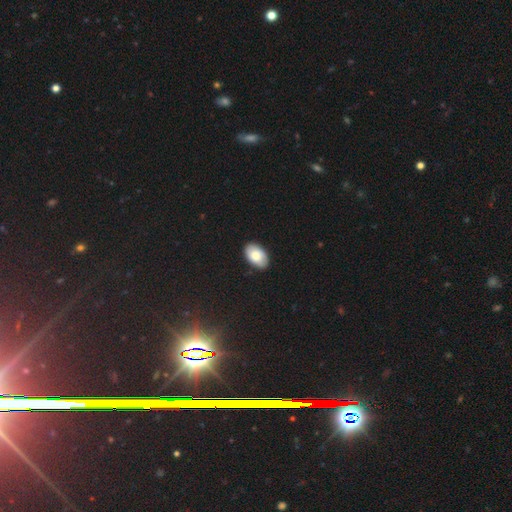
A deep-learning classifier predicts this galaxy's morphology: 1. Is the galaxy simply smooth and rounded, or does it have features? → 80% smooth, 13% featured or disk, 7% star or artifact.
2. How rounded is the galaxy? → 93% in between, 6% round, 1% cigar-shaped.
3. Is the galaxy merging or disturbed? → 86% none, 11% minor disturbance, 2% major disturbance, 1% merger.